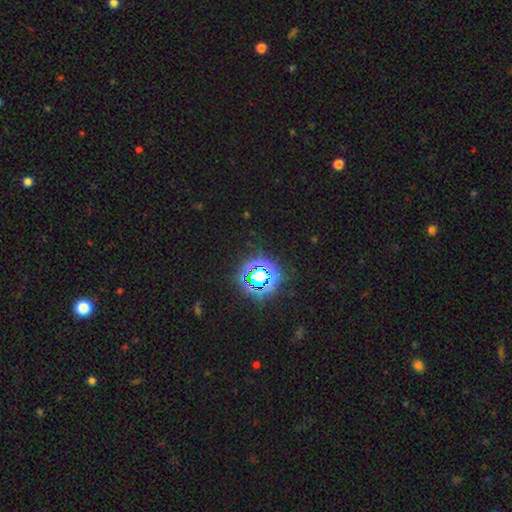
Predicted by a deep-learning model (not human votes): Smooth or featured? Predicted: star or artifact (p=0.82).